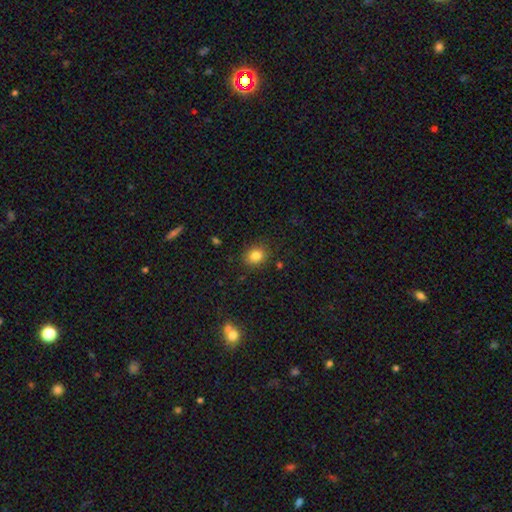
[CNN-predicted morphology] smooth-or-featured: smooth: 83% | star or artifact: 11% | featured or disk: 6%
  how-rounded: round: 64% | in between: 35% | cigar-shaped: 1%
  merging: none: 86% | minor disturbance: 10% | major disturbance: 3% | merger: 2%